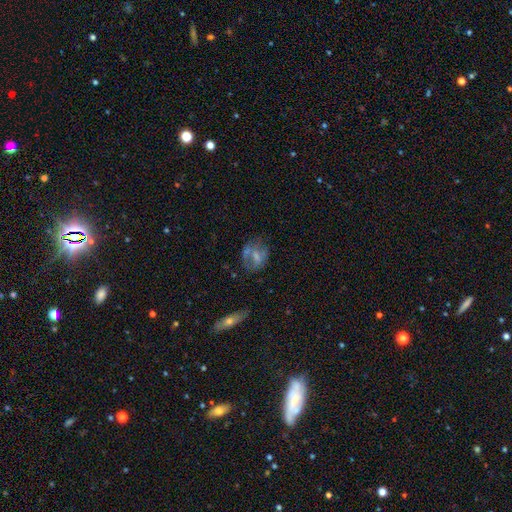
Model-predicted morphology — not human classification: This is possibly a smooth galaxy (46%). Merging: possibly none (46%).